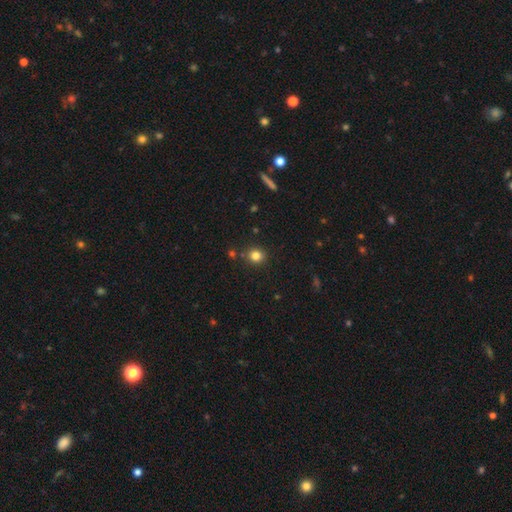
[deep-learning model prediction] A smooth galaxy with no disk features (81%) that is round (88%).

Vote fractions:
- Smooth or featured? smooth: 81% / star or artifact: 13% / featured or disk: 6%
- How rounded? round: 88% / in between: 11% / cigar-shaped: 1%
- Merging? none: 85% / minor disturbance: 8% / merger: 5% / major disturbance: 2%